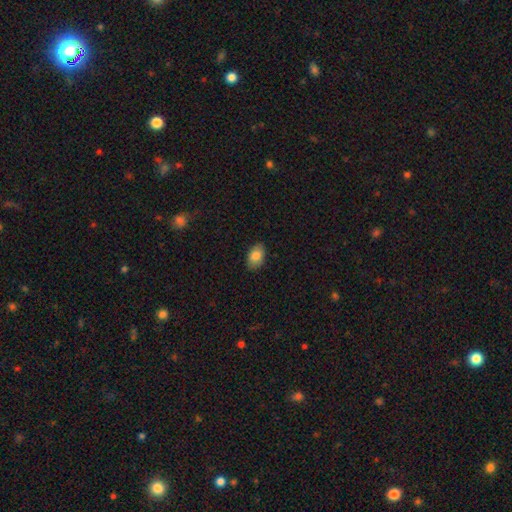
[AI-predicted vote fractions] The model was most divided on "smooth or featured": smooth: 81%, featured or disk: 12%, star or artifact: 7%. More confident: how rounded — in between (88%); merging — none (86%).